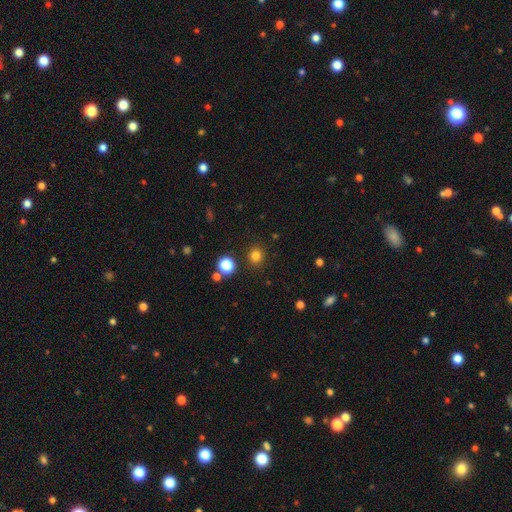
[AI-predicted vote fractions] This is clearly a smooth galaxy (80%). How rounded: clearly round (88%). Merging: clearly none (89%).